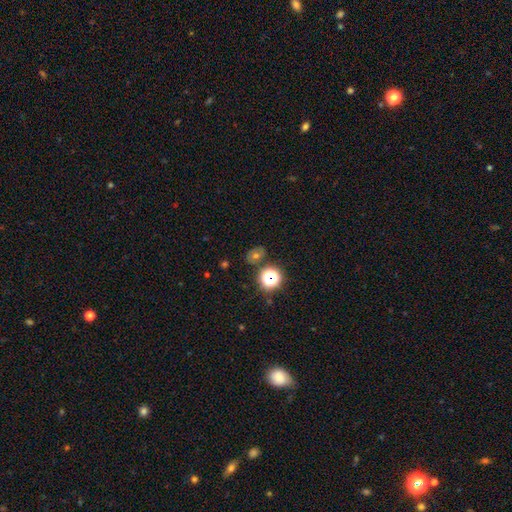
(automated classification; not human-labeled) Smooth or featured? Predicted: smooth (p=0.44). Merging? Predicted: none (p=0.79).